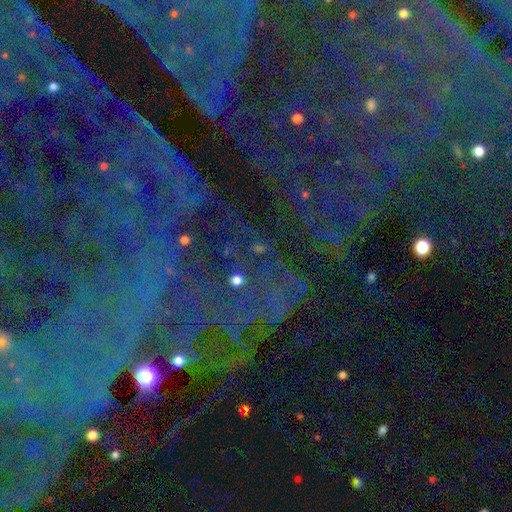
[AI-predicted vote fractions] smooth_or_featured: star or artifact (p=0.85) [alt: featured or disk p=0.08]